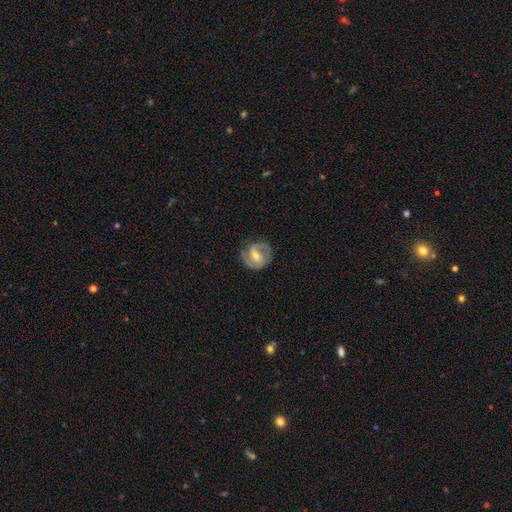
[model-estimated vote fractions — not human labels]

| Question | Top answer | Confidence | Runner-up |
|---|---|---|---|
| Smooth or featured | featured or disk | 75% | smooth (20%) |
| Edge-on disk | no | 98% | yes (2%) |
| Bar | weak | 51% | strong (27%) |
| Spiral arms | yes | 91% | no (9%) |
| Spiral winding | medium | 48% | tight (35%) |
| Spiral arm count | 2 | 80% | 1 (8%) |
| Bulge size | moderate | 51% | small (42%) |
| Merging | none | 72% | minor disturbance (18%) |